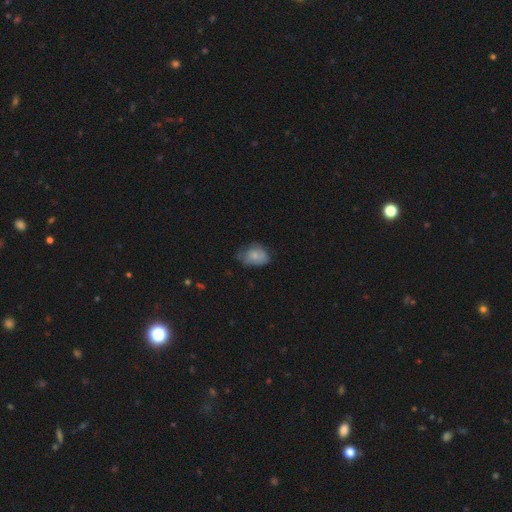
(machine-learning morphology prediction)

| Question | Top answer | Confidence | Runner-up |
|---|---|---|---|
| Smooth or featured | smooth | 73% | featured or disk (19%) |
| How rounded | in between | 72% | round (26%) |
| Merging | none | 46% | minor disturbance (37%) |